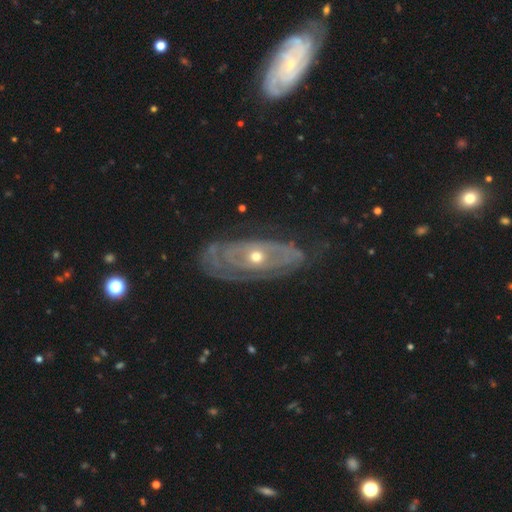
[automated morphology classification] Smooth or featured: featured or disk — 80% (smooth — 14%)
Edge-on disk: no — 87% (yes — 13%)
Bar: no — 79% (weak — 15%)
Spiral arms: yes — 67% (no — 33%)
Bulge size: small — 52% (moderate — 45%)
Merging: none — 75% (minor disturbance — 17%)